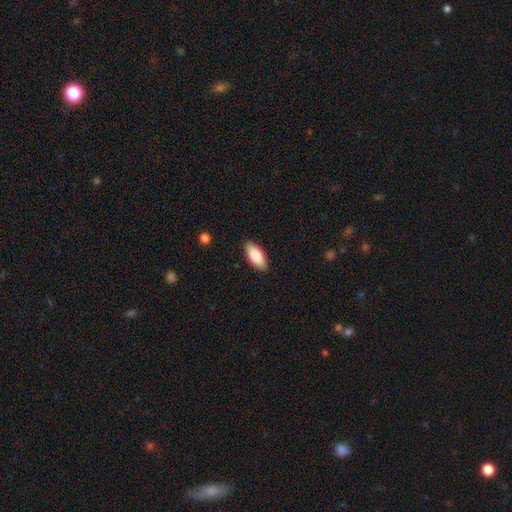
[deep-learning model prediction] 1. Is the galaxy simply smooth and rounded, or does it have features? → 81% smooth, 13% featured or disk, 6% star or artifact.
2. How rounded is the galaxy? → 88% in between, 10% cigar-shaped, 2% round.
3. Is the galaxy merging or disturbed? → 89% none, 8% minor disturbance, 2% major disturbance, 1% merger.